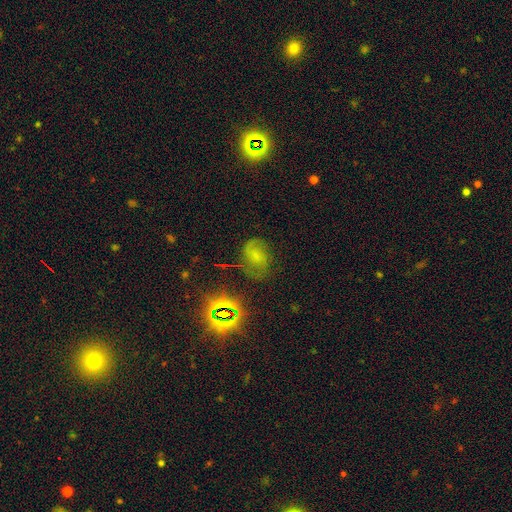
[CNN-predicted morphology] type=smooth (41%); merging=none (59%).